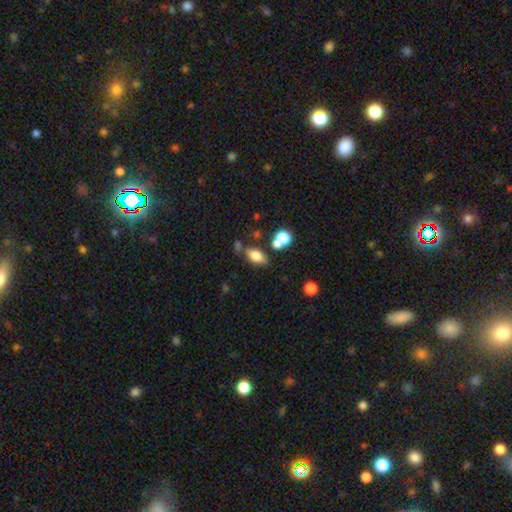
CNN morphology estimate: Smooth or featured?
  - smooth: 75% *
  - featured or disk: 14%
  - star or artifact: 11%
How rounded?
  - in between: 84% *
  - round: 9%
  - cigar-shaped: 7%
Merging?
  - none: 64% *
  - merger: 16%
  - minor disturbance: 15%
  - major disturbance: 5%